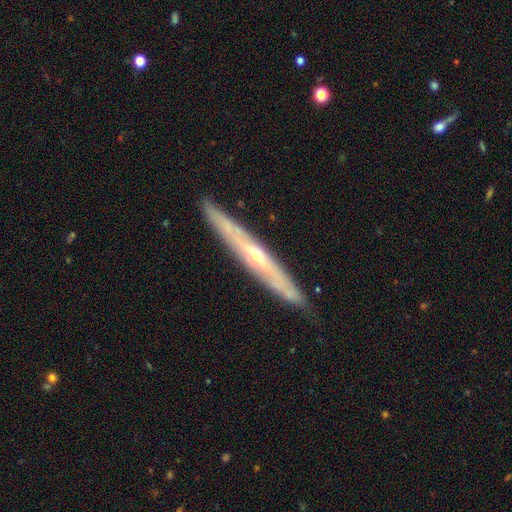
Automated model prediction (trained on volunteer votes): This appears to be a featured or disk galaxy (74%) viewed edge-on (86%) with a rounded central bulge (76%). Merging: none (88%).